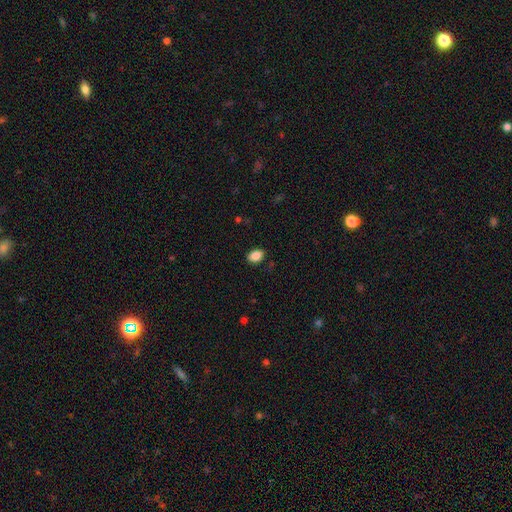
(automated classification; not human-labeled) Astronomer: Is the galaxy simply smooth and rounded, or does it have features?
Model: smooth — 87%.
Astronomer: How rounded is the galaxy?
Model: in between — 84%.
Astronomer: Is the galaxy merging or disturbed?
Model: none — 85%.